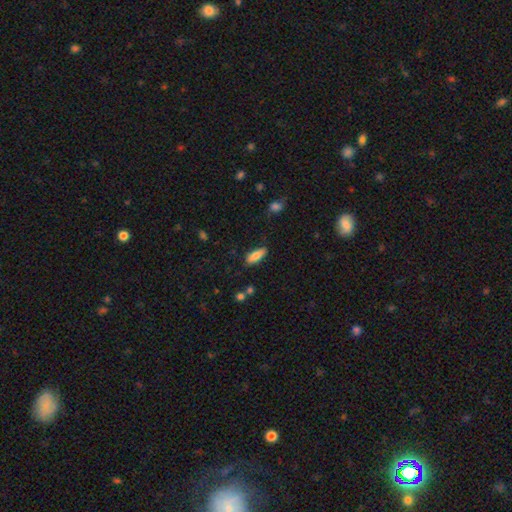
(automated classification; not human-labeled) Overall: smooth (78%). How rounded: in between (72%). Merging: none (78%).